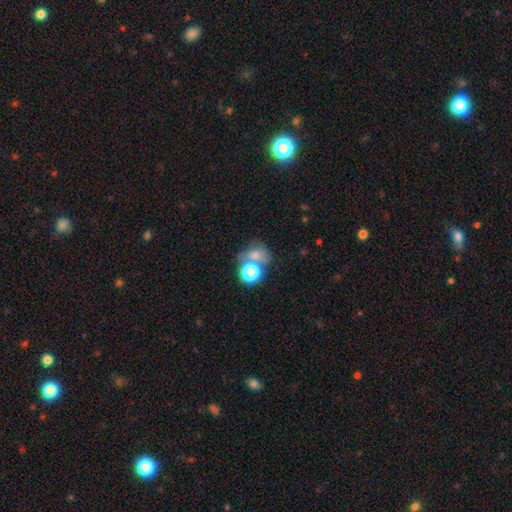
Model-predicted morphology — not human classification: Smooth or featured? smooth (67%)
How rounded? round (60%)
Merging? merger (44%)